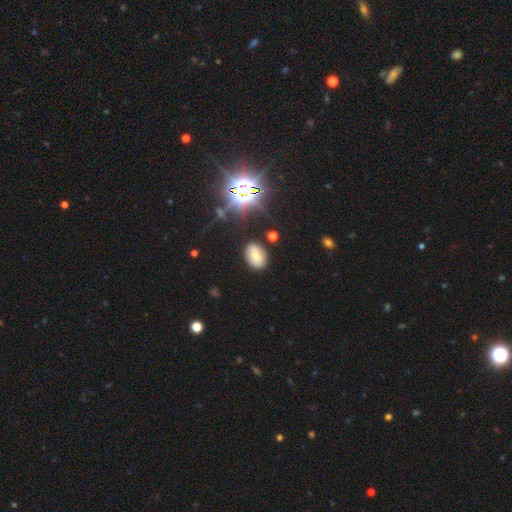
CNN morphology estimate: Smooth or featured? Predicted: smooth (p=0.65). How rounded? Predicted: in between (p=0.81). Merging? Predicted: none (p=0.85).